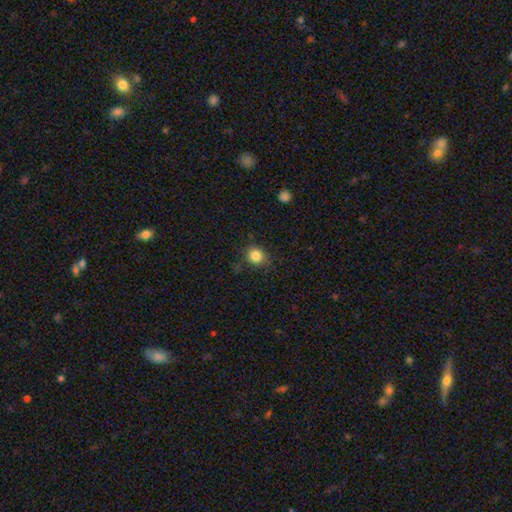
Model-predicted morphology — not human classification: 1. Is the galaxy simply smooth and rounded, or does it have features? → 84% smooth, 11% star or artifact, 5% featured or disk.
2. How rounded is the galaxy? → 82% round, 17% in between, 1% cigar-shaped.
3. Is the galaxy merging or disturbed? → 78% none, 16% minor disturbance, 4% major disturbance, 2% merger.